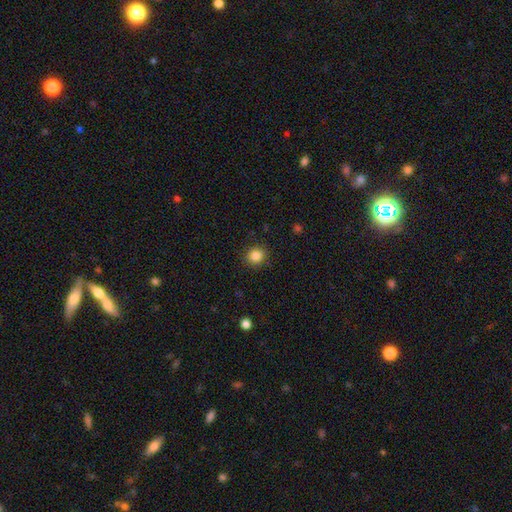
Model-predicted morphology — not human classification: smooth 85%, star or artifact 11%, featured or disk 4%. Down the decision tree: how rounded — round (87%); merging — none (90%).